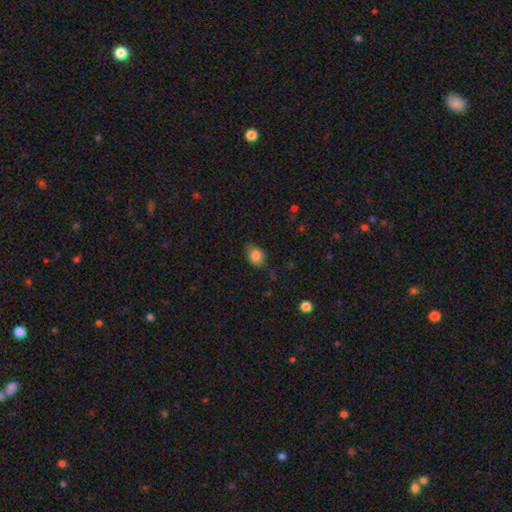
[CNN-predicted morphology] Smooth or featured? smooth (80%)
How rounded? in between (73%)
Merging? none (63%)